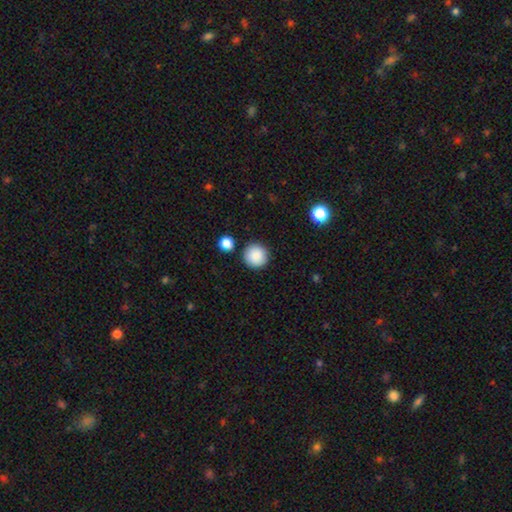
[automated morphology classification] smooth 88%, star or artifact 8%, featured or disk 4%. Down the decision tree: how rounded — round (96%); merging — none (88%).